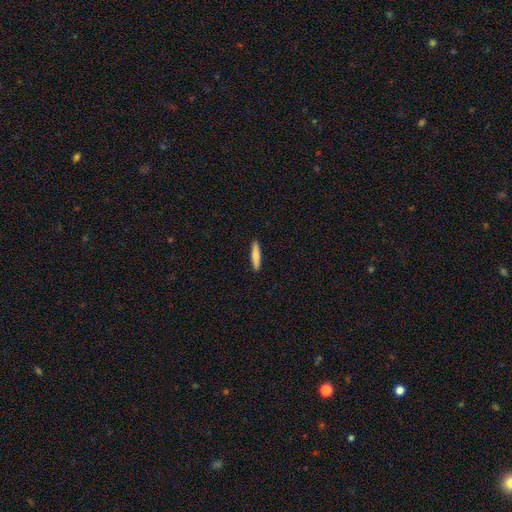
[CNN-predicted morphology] smooth_or_featured: smooth (p=0.76) [alt: featured or disk p=0.18]
how_rounded: cigar-shaped (p=0.88) [alt: in between p=0.11]
merging: none (p=0.92) [alt: minor disturbance p=0.06]